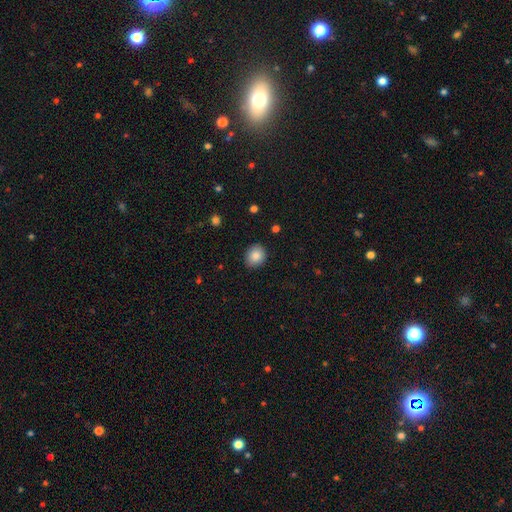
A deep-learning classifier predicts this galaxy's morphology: Q: Smooth or featured?
A: smooth (86%); runner-up: star or artifact (8%)
Q: How rounded?
A: round (72%); runner-up: in between (27%)
Q: Merging?
A: none (87%); runner-up: minor disturbance (9%)